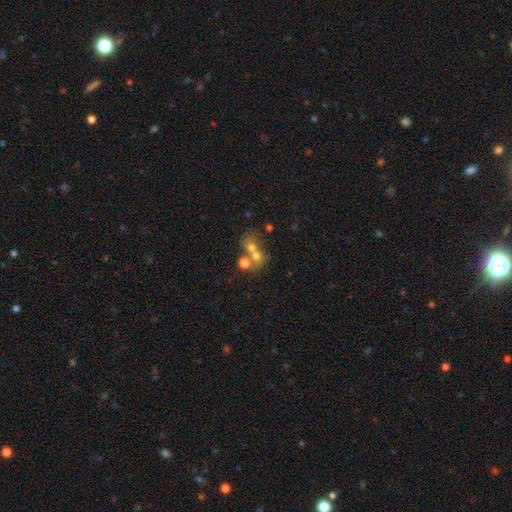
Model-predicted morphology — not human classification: This is likely a smooth galaxy (61%). How rounded: likely round (67%). Merging: possibly merger (58%).